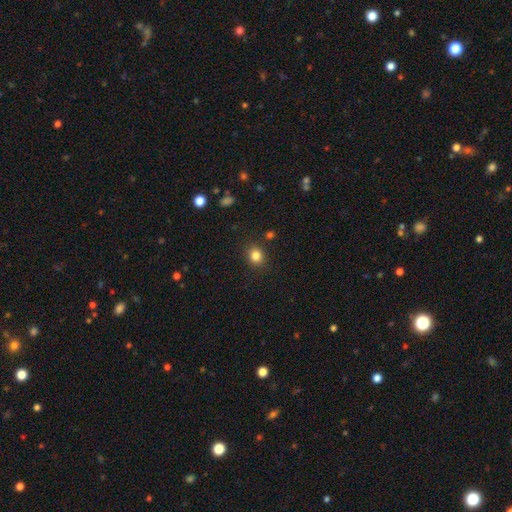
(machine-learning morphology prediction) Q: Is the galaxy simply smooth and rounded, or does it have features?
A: smooth — 83%.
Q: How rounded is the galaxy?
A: round — 75%.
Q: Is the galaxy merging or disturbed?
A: none — 87%.